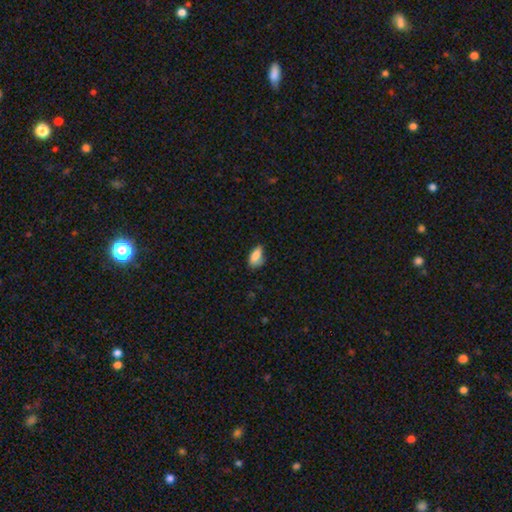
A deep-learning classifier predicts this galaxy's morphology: Smooth or featured: smooth — 82% (featured or disk — 10%)
How rounded: in between — 89% (cigar-shaped — 7%)
Merging: none — 49% (minor disturbance — 37%)